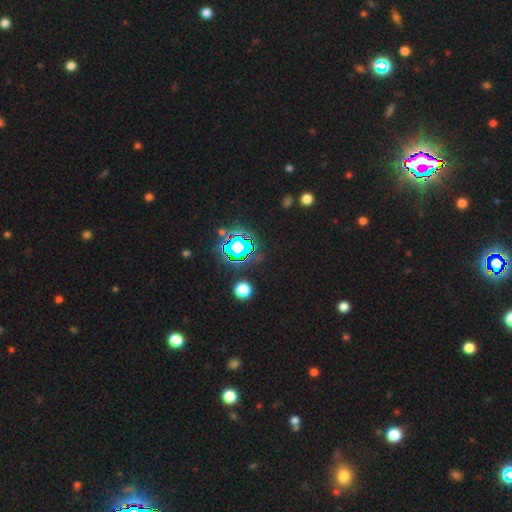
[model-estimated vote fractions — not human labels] smooth-or-featured: star or artifact: 81% | smooth: 11% | featured or disk: 7%